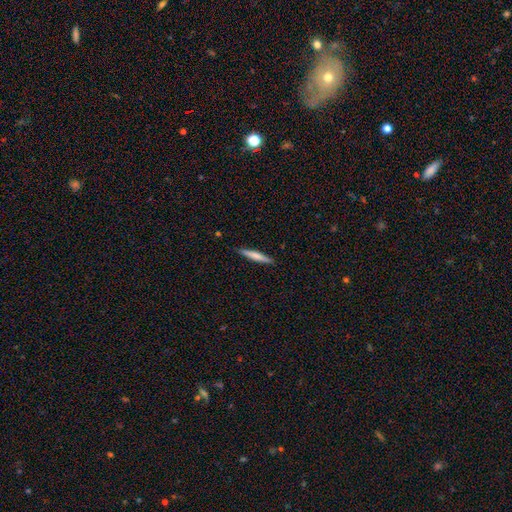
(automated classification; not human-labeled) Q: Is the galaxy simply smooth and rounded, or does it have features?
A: smooth — 64%.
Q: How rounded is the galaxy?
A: cigar-shaped — 94%.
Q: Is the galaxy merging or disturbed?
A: none — 90%.